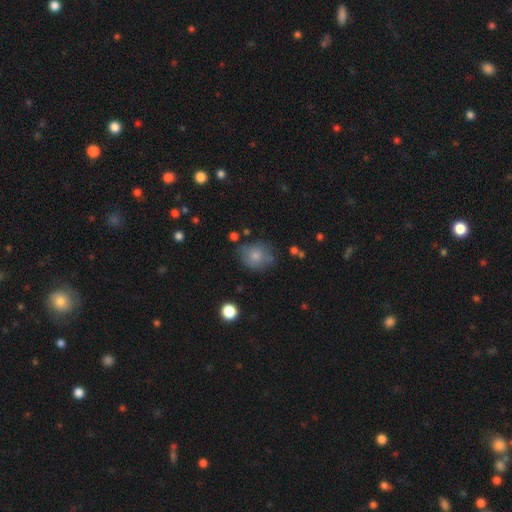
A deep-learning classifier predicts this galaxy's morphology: smooth-or-featured: smooth: 75% | featured or disk: 15% | star or artifact: 9%
  how-rounded: round: 57% | in between: 42% | cigar-shaped: 1%
  merging: none: 60% | minor disturbance: 26% | major disturbance: 10% | merger: 5%